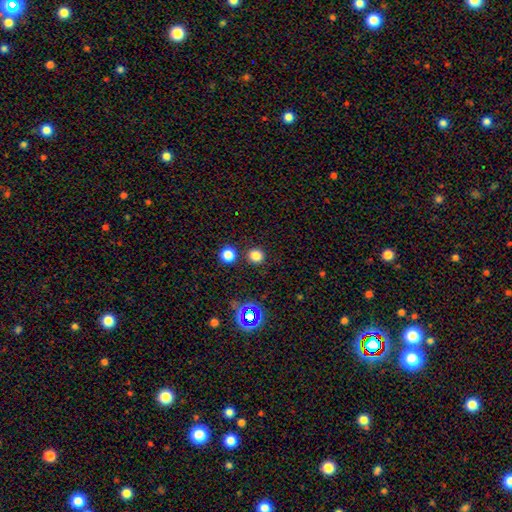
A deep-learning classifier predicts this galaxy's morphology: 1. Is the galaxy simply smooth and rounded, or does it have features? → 78% smooth, 17% star or artifact, 5% featured or disk.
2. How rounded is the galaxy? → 92% round, 7% in between, 1% cigar-shaped.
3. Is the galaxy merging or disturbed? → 85% none, 6% minor disturbance, 6% merger, 3% major disturbance.